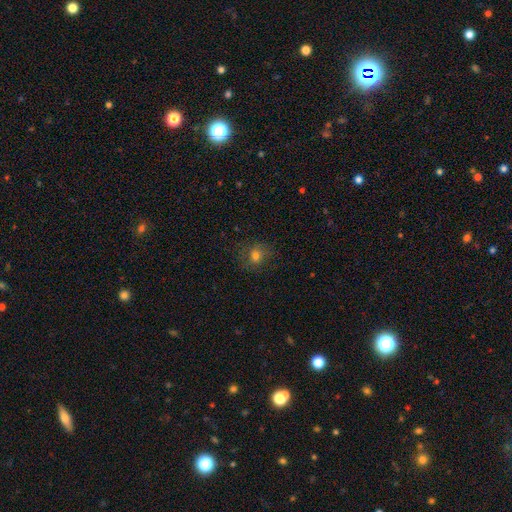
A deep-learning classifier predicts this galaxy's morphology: Smooth or featured? Predicted: smooth (p=0.71). How rounded? Predicted: round (p=0.70). Merging? Predicted: none (p=0.73).